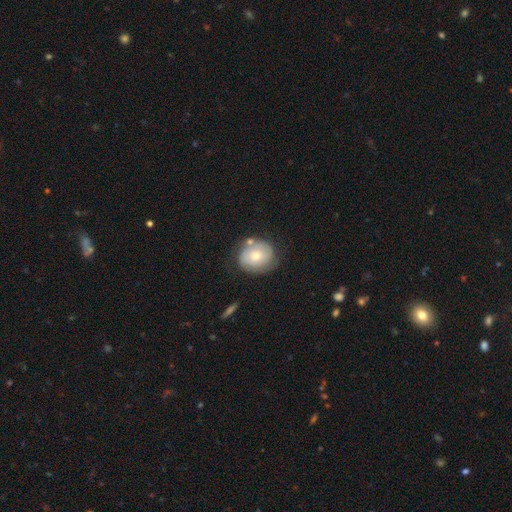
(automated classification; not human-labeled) The model was most divided on "smooth or featured": featured or disk: 47%, smooth: 45%, star or artifact: 7%. More confident: merging — none (63%).